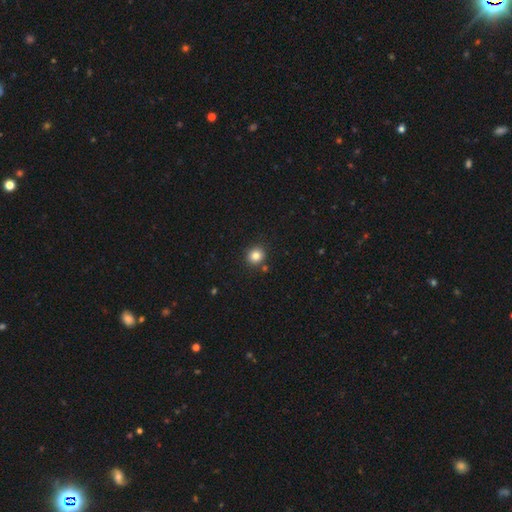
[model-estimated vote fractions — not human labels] Smooth or featured: smooth — 83% (star or artifact — 11%)
How rounded: round — 88% (in between — 11%)
Merging: none — 85% (minor disturbance — 8%)